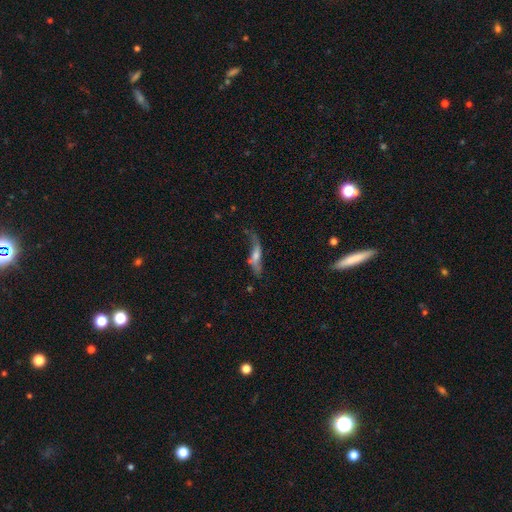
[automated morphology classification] Overall: featured or disk (55%; smooth 36%). Edge-on disk: no (52%; yes 48%). Merging: none (39%; major disturbance 28%).